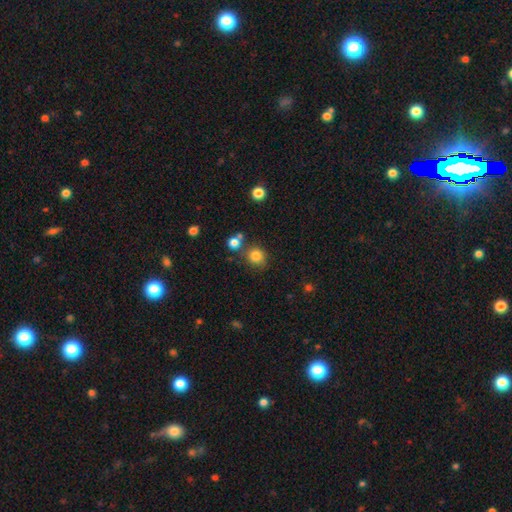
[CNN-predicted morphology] Q: Smooth or featured?
A: smooth (82%); runner-up: star or artifact (13%)
Q: How rounded?
A: round (88%); runner-up: in between (11%)
Q: Merging?
A: none (75%); runner-up: merger (11%)